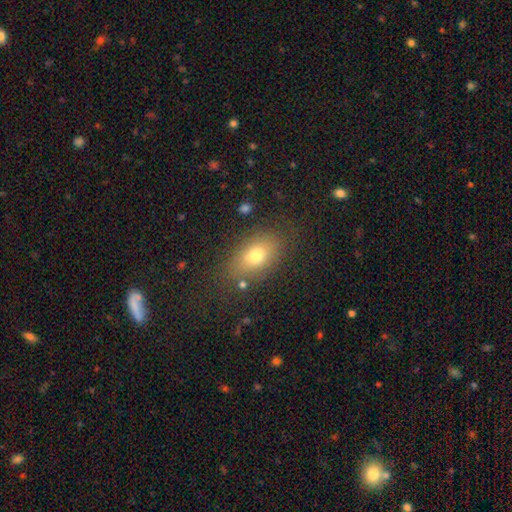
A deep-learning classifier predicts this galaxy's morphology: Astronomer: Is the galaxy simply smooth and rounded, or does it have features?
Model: smooth — 74%.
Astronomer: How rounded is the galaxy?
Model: in between — 84%.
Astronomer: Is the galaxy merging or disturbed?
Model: none — 77%.